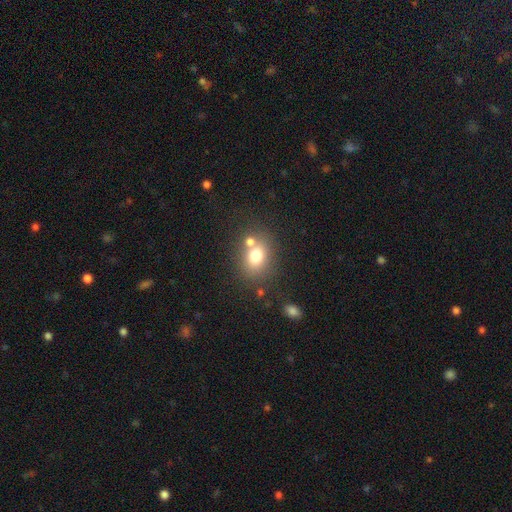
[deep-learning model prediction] Smooth or featured? Predicted: smooth (p=0.73). How rounded? Predicted: in between (p=0.51). Merging? Predicted: none (p=0.57).